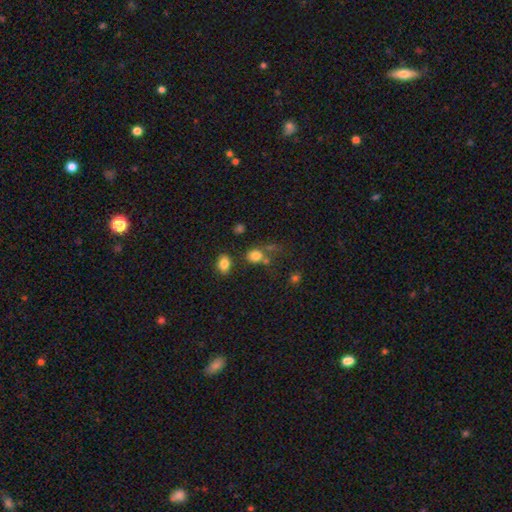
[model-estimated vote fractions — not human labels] Smooth or featured? Predicted: smooth (p=0.78). How rounded? Predicted: round (p=0.66). Merging? Predicted: none (p=0.57).